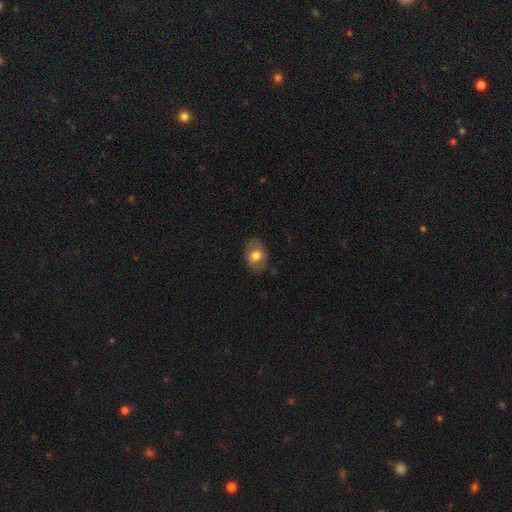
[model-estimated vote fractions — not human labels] A smooth galaxy with no disk features (67%) that is in between round and cigar-shaped (78%). Merging: none (81%).